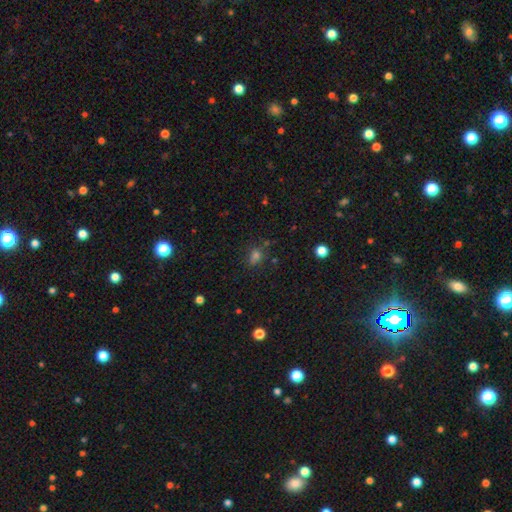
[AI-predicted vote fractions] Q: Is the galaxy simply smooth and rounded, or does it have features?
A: smooth — 67%.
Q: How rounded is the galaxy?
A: round — 54%.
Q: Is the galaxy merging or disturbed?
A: none — 73%.